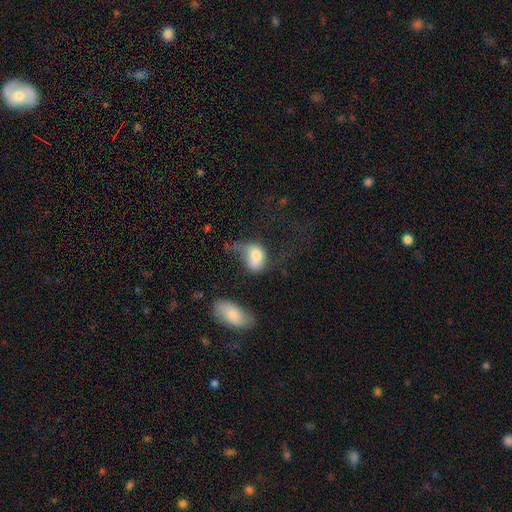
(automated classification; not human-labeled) Q: Smooth or featured?
A: smooth (68%); runner-up: featured or disk (24%)
Q: How rounded?
A: in between (72%); runner-up: round (26%)
Q: Merging?
A: major disturbance (41%); runner-up: minor disturbance (23%)